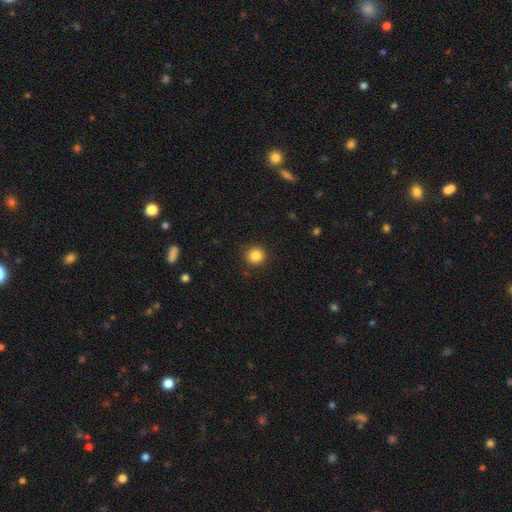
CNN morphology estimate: A smooth galaxy with no disk features (85%) that is round (95%). Merging: none (91%).